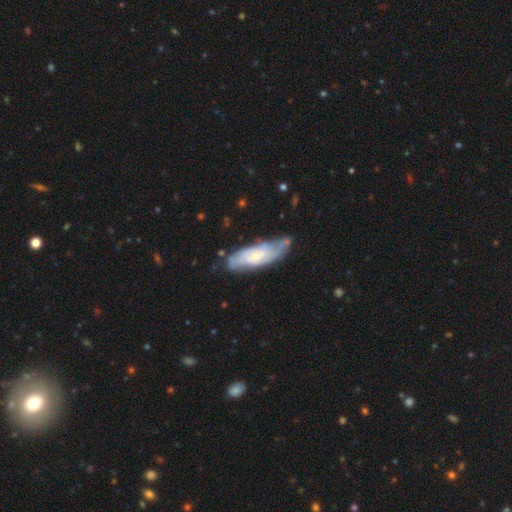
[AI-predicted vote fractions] Morphology: type=featured or disk (64%); edge-on=no (85%); bar=no (71%); spiral arms=yes (86%); bulge=small (71%); merging=none (63%).